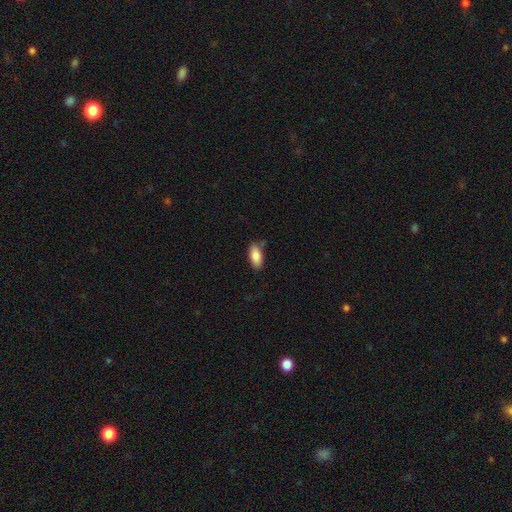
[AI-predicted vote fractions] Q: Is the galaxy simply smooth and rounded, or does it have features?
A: smooth — 86%.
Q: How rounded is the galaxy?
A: in between — 89%.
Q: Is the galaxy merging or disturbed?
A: none — 76%.